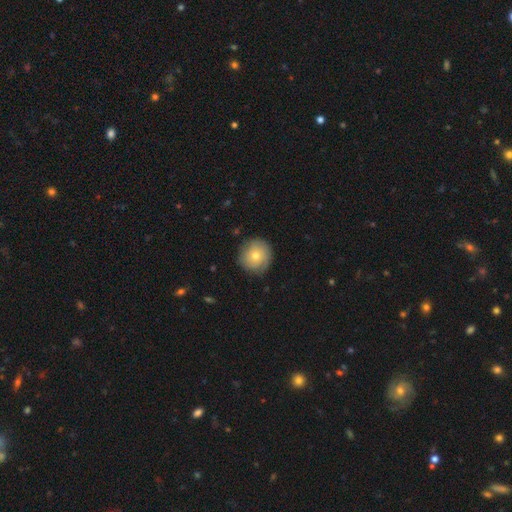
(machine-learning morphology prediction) type=smooth (64%); roundness=round (92%); merging=none (81%).